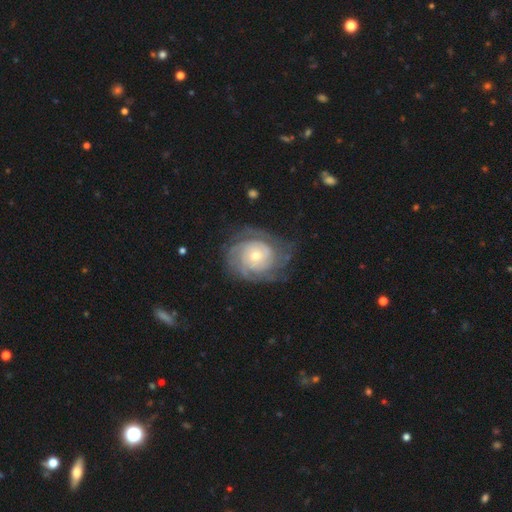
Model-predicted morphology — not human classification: Q: Smooth or featured?
A: featured or disk (83%); runner-up: smooth (12%)
Q: Edge-on disk?
A: no (97%); runner-up: yes (3%)
Q: Bar?
A: no (80%); runner-up: weak (17%)
Q: Spiral arms?
A: yes (94%); runner-up: no (6%)
Q: Spiral winding?
A: tight (73%); runner-up: medium (21%)
Q: Spiral arm count?
A: can't tell (38%); runner-up: 3 (18%)
Q: Bulge size?
A: small (49%); runner-up: moderate (45%)
Q: Merging?
A: none (69%); runner-up: minor disturbance (18%)